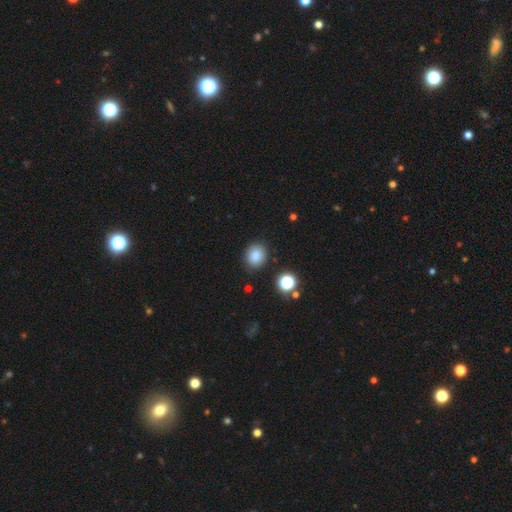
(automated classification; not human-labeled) Smooth or featured? smooth (83%)
How rounded? round (69%)
Merging? none (86%)